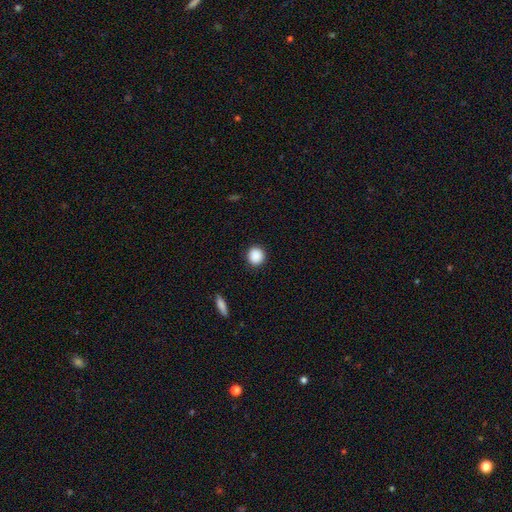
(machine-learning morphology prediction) Smooth or featured?
  - smooth: 89% *
  - star or artifact: 8%
  - featured or disk: 2%
How rounded?
  - round: 92% *
  - in between: 7%
  - cigar-shaped: 1%
Merging?
  - none: 92% *
  - minor disturbance: 5%
  - major disturbance: 2%
  - merger: 1%